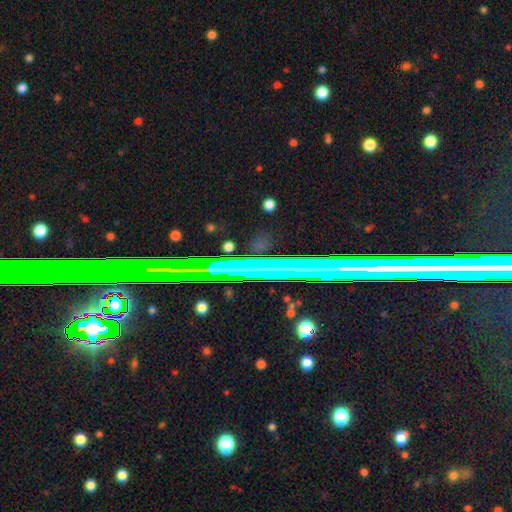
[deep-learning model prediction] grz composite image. It shows a star or artifact, not a galaxy (62%).